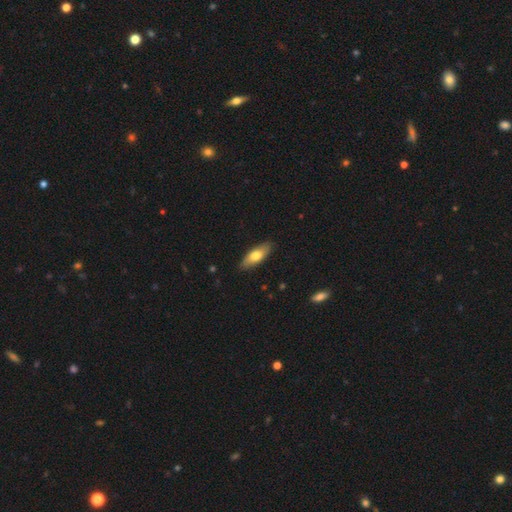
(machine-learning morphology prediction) Smooth or featured? Predicted: smooth (p=0.69). How rounded? Predicted: in between (p=0.71). Merging? Predicted: none (p=0.87).